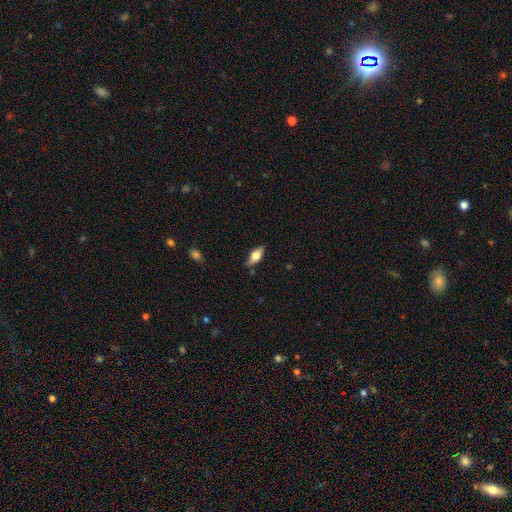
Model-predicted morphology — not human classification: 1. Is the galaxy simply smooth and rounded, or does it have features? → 58% smooth, 35% featured or disk, 7% star or artifact.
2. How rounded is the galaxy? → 81% in between, 15% cigar-shaped, 4% round.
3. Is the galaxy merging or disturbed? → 79% none, 16% minor disturbance, 3% major disturbance, 2% merger.